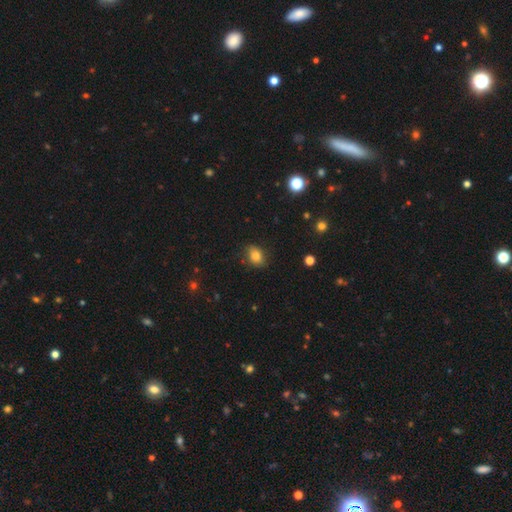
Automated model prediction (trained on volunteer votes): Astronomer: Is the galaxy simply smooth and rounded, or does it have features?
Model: smooth — 80%.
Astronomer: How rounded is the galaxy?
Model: in between — 66%.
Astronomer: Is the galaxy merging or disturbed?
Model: none — 81%.